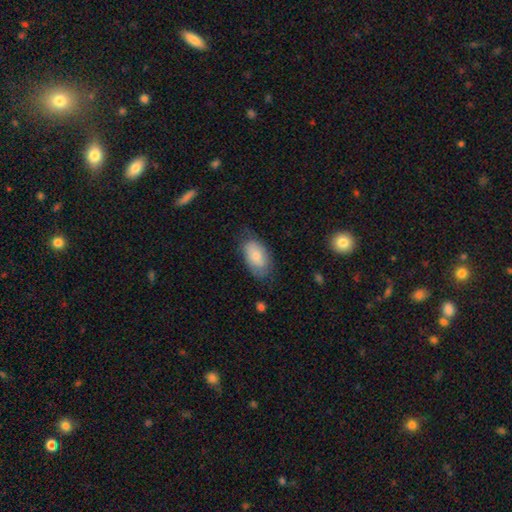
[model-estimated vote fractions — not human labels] This is likely a smooth galaxy (77%). How rounded: clearly in between (93%). Merging: likely none (66%).